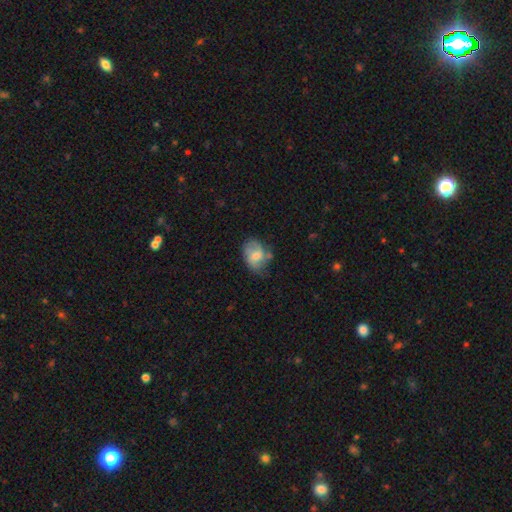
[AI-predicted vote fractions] smooth_or_featured: smooth (p=0.52) [alt: featured or disk p=0.40]
how_rounded: in between (p=0.72) [alt: round p=0.26]
merging: none (p=0.51) [alt: minor disturbance p=0.31]